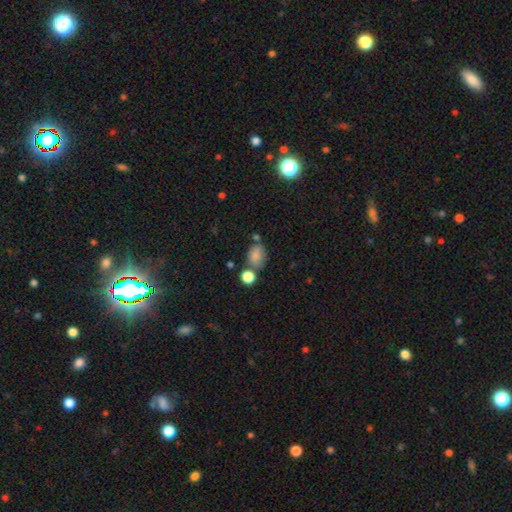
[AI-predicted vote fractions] The model was most divided on "merging": none: 54%, minor disturbance: 20%, merger: 19%, major disturbance: 7%. More confident: smooth or featured — smooth (81%); how rounded — in between (70%).